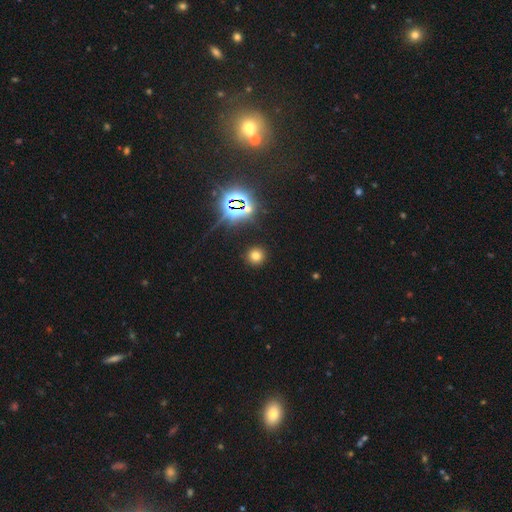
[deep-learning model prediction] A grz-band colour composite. It shows a smooth galaxy with no disk features (68%) that is round (93%). Merging: none (91%).